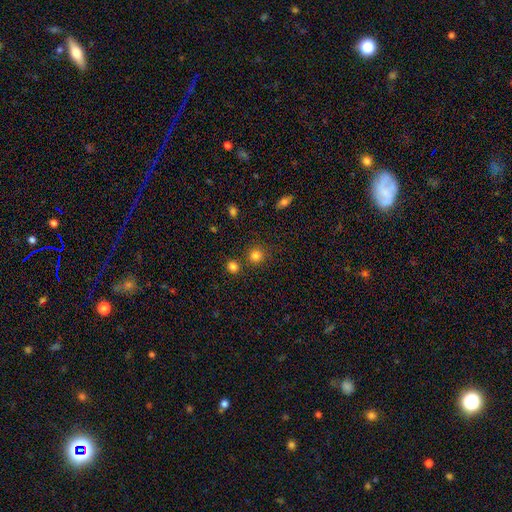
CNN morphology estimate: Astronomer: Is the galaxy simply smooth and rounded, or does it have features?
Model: smooth — 82%.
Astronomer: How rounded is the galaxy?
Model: round — 92%.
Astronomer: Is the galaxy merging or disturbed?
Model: none — 81%.